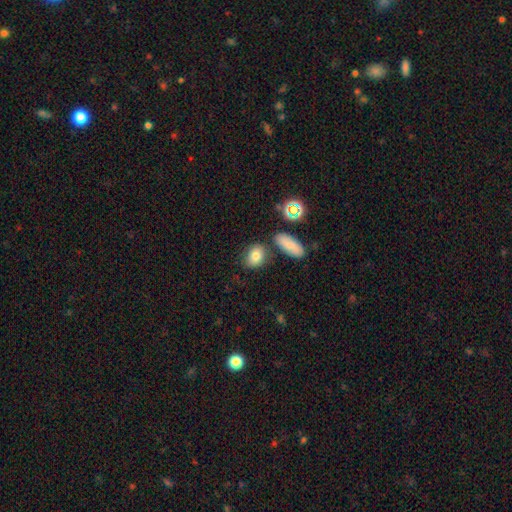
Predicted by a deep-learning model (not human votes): Smooth or featured? Predicted: smooth (p=0.79). How rounded? Predicted: in between (p=0.66). Merging? Predicted: none (p=0.72).